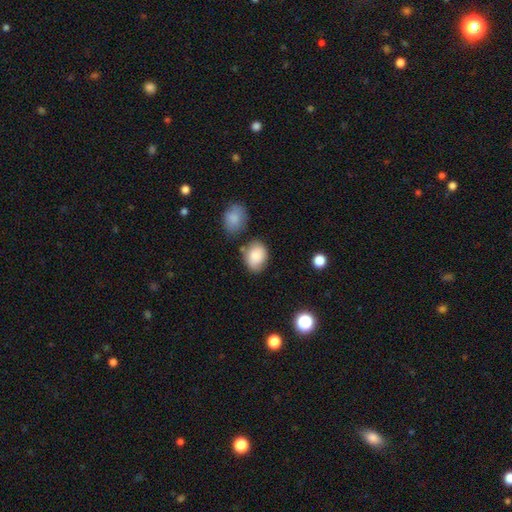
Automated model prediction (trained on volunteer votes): Smooth or featured: smooth — 84% (featured or disk — 9%)
How rounded: in between — 71% (round — 28%)
Merging: none — 65% (minor disturbance — 21%)